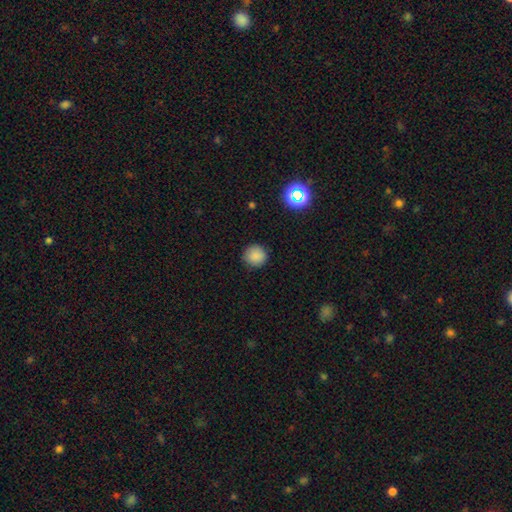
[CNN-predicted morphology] Smooth or featured?
  - smooth: 84% *
  - star or artifact: 12%
  - featured or disk: 4%
How rounded?
  - round: 93% *
  - in between: 6%
  - cigar-shaped: 1%
Merging?
  - none: 89% *
  - minor disturbance: 8%
  - major disturbance: 2%
  - merger: 1%